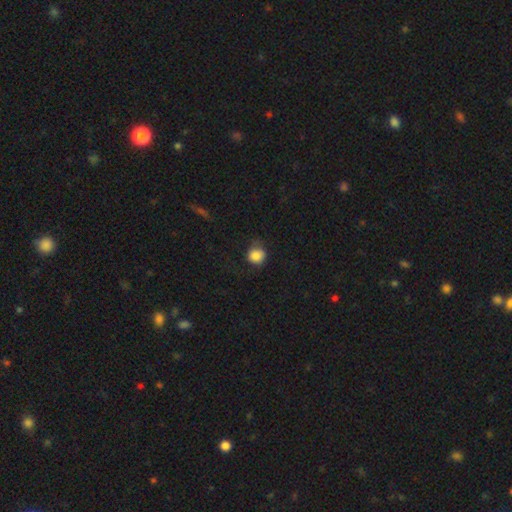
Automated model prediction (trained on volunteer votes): Smooth or featured? smooth (84%)
How rounded? round (85%)
Merging? none (67%)